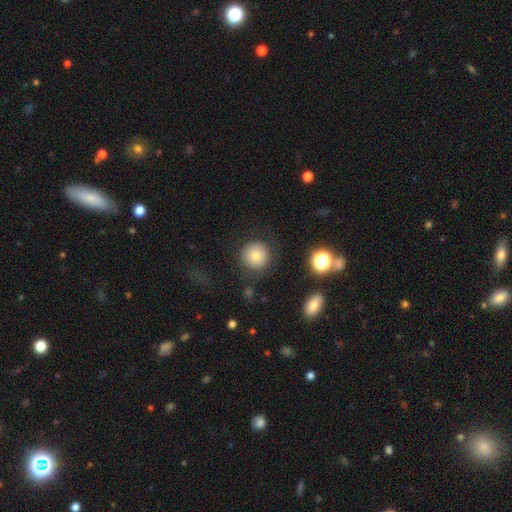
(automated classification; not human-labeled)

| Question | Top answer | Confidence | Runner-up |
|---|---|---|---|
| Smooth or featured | smooth | 77% | featured or disk (11%) |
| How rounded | round | 93% | in between (6%) |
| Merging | none | 81% | minor disturbance (11%) |